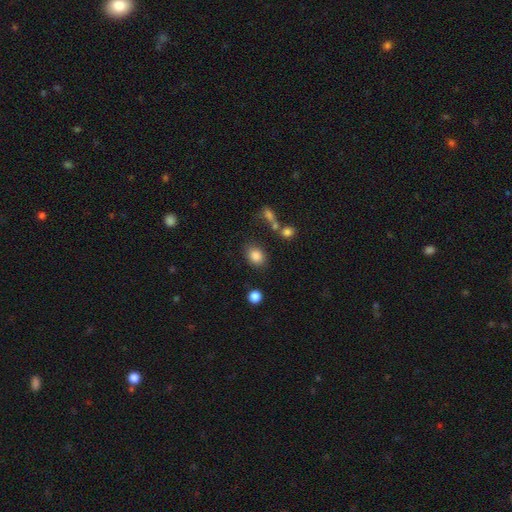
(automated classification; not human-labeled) smooth_or_featured: smooth (p=0.84) [alt: star or artifact p=0.10]
how_rounded: in between (p=0.61) [alt: round p=0.38]
merging: none (p=0.77) [alt: minor disturbance p=0.13]